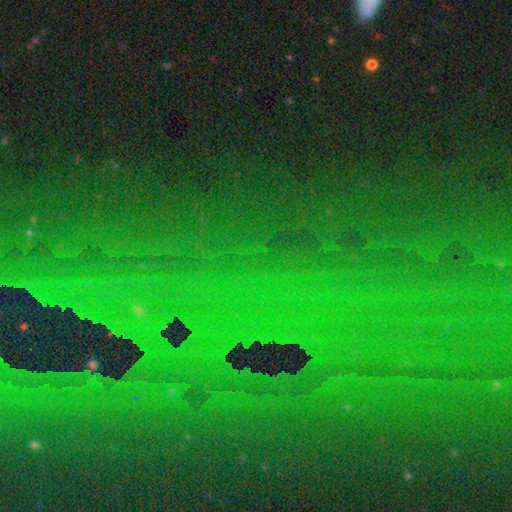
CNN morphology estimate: A star or artifact, not a galaxy (82%).

Vote fractions:
- Smooth or featured? star or artifact: 82% / smooth: 9% / featured or disk: 9%